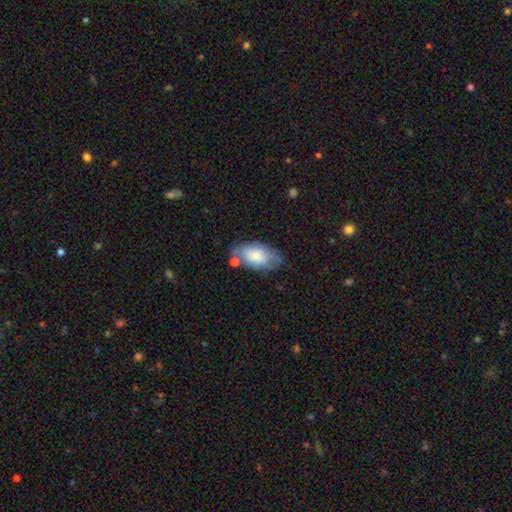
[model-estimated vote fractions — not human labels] This is likely a smooth galaxy (76%). How rounded: clearly in between (94%). Merging: possibly none (55%).